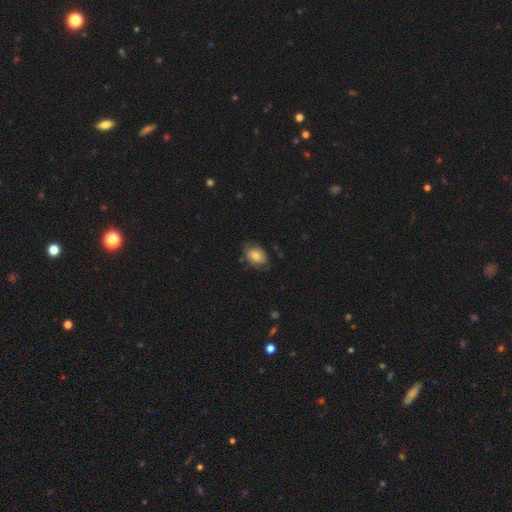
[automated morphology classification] Overall: smooth (67%). How rounded: in between (72%). Merging: none (64%; minor disturbance 26%).